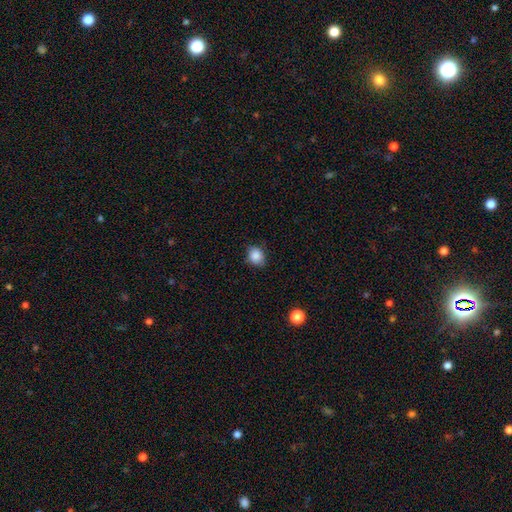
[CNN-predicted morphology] smooth_or_featured: smooth (p=0.86) [alt: star or artifact p=0.09]
how_rounded: round (p=0.53) [alt: in between p=0.46]
merging: none (p=0.79) [alt: minor disturbance p=0.17]